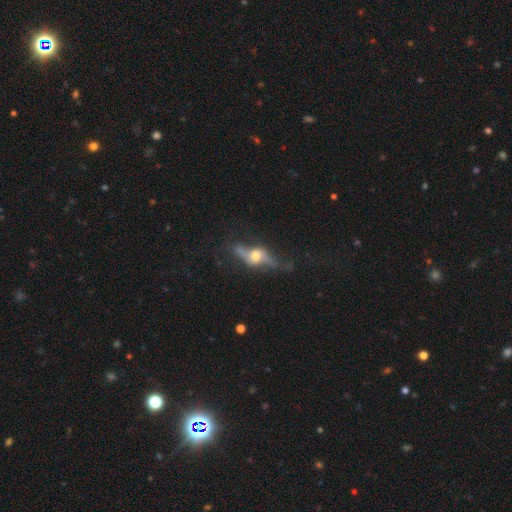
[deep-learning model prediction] A featured or disk galaxy (74%) viewed edge-on (50%, tied with no).

Vote fractions:
- Smooth or featured? featured or disk: 74% / smooth: 18% / star or artifact: 8%
- Edge-on disk? yes: 50% (tied) / no: 50% (tied)
- Merging? none: 56% / minor disturbance: 24% / major disturbance: 17% / merger: 3%